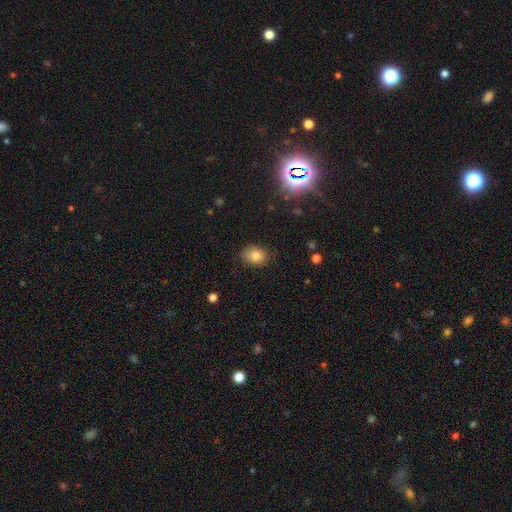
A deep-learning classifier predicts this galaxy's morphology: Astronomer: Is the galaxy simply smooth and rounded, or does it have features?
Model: smooth — 80%.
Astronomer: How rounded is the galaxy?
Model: in between — 58% (runner-up: round, 41%).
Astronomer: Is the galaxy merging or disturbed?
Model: none — 81%.